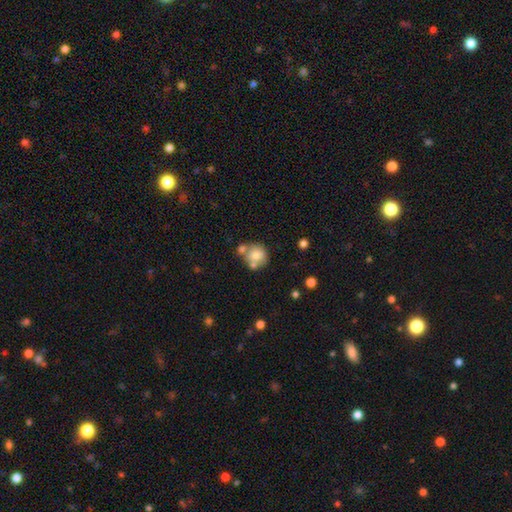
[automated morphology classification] A smooth galaxy with no disk features (75%) that is round (78%). Merging: none (46%).